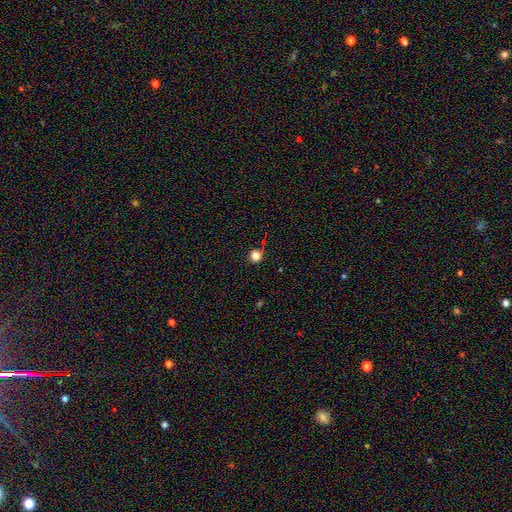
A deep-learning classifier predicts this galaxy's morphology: Q: Smooth or featured?
A: smooth (81%); runner-up: star or artifact (14%)
Q: How rounded?
A: round (94%); runner-up: in between (5%)
Q: Merging?
A: none (87%); runner-up: minor disturbance (8%)